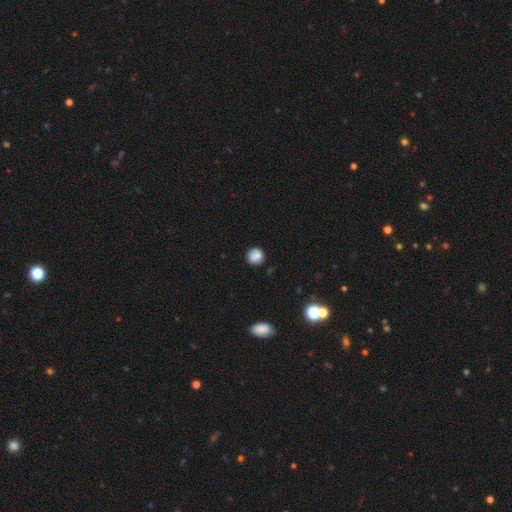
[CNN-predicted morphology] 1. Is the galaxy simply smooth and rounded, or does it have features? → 81% smooth, 10% star or artifact, 9% featured or disk.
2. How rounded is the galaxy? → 87% round, 12% in between, 1% cigar-shaped.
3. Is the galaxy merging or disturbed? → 75% none, 15% minor disturbance, 7% merger, 3% major disturbance.